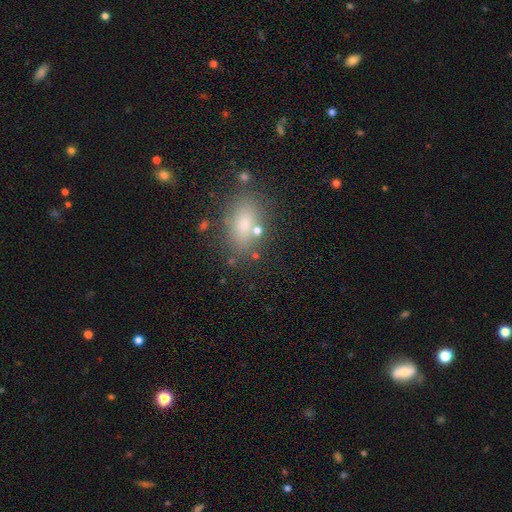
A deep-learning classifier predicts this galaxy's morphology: A smooth galaxy with no disk features (70%) that is in between round and cigar-shaped (80%). Merging: none (75%).